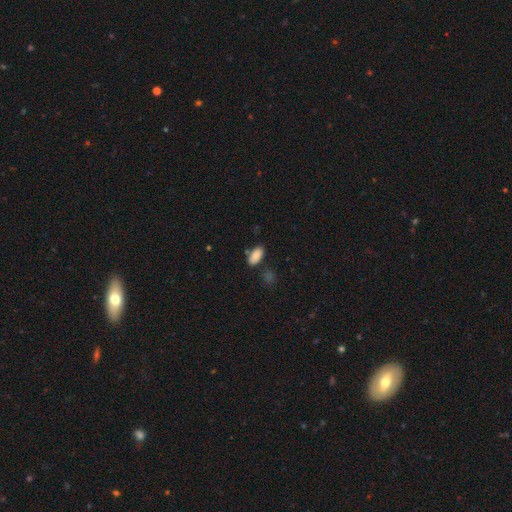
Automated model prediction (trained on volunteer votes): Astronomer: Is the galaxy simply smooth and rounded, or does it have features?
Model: smooth — 87%.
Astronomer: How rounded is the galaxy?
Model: in between — 91%.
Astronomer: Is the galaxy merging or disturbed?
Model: none — 74%.